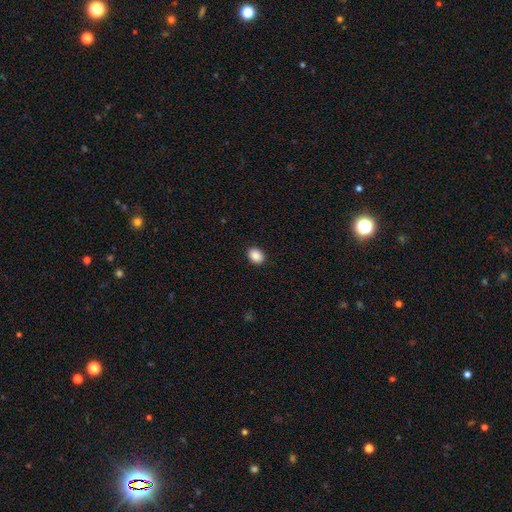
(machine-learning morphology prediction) Smooth or featured?
  - smooth: 89% *
  - star or artifact: 8%
  - featured or disk: 3%
How rounded?
  - in between: 61% *
  - round: 38%
  - cigar-shaped: 1%
Merging?
  - none: 91% *
  - minor disturbance: 7%
  - major disturbance: 2%
  - merger: 1%